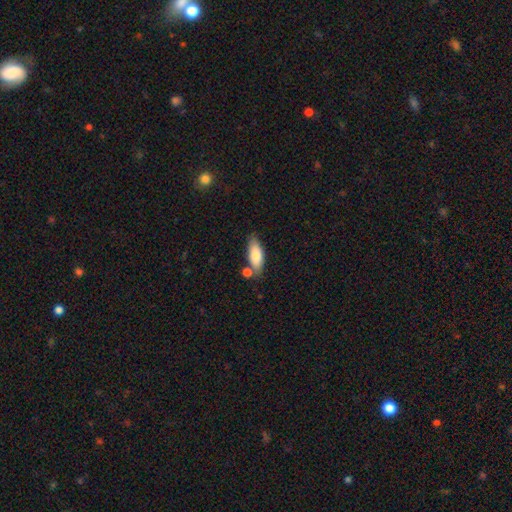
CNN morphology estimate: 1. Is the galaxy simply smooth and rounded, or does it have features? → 81% smooth, 12% featured or disk, 6% star or artifact.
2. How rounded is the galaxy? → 76% in between, 22% cigar-shaped, 2% round.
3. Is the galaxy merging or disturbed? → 65% none, 16% minor disturbance, 15% merger, 4% major disturbance.